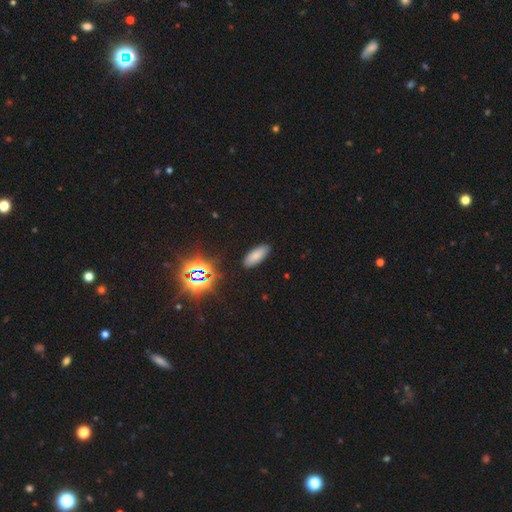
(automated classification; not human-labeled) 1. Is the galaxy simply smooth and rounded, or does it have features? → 77% smooth, 16% star or artifact, 8% featured or disk.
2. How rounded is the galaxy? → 79% in between, 19% cigar-shaped, 2% round.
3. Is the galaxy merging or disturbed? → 89% none, 8% minor disturbance, 2% major disturbance, 1% merger.